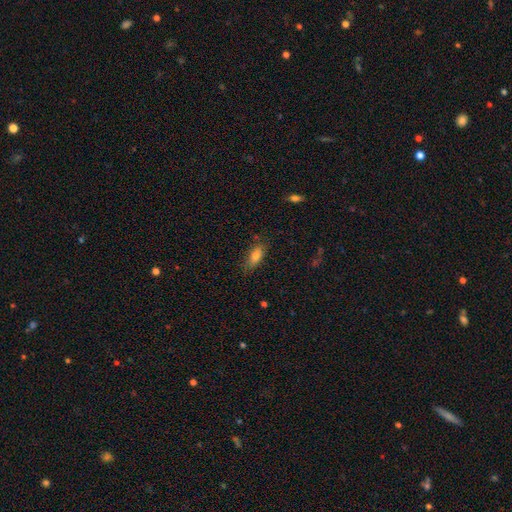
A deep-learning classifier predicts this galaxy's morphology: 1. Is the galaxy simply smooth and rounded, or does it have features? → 81% smooth, 11% featured or disk, 8% star or artifact.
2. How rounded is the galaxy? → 79% in between, 18% cigar-shaped, 3% round.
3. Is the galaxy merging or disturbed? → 77% none, 17% minor disturbance, 4% major disturbance, 2% merger.